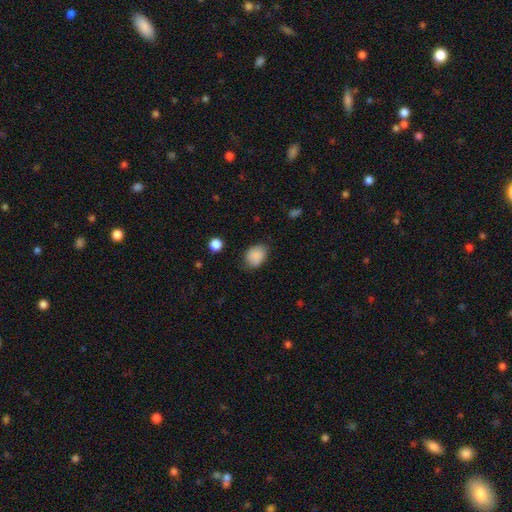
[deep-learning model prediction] Q: Smooth or featured?
A: smooth (87%); runner-up: star or artifact (8%)
Q: How rounded?
A: in between (64%); runner-up: round (35%)
Q: Merging?
A: none (72%); runner-up: minor disturbance (23%)